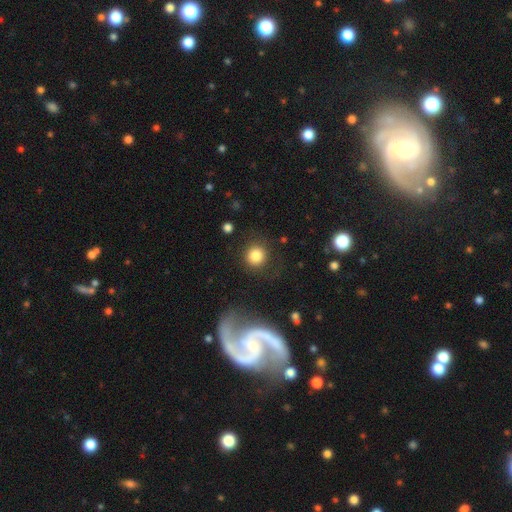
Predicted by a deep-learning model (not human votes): This appears to be a smooth galaxy with no disk features (84%) that is round (90%). Merging: none (81%).